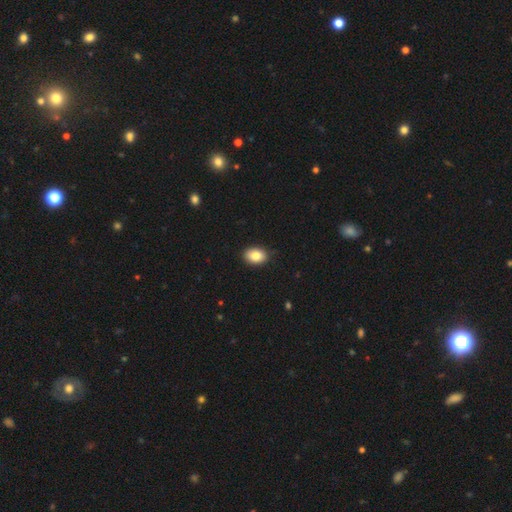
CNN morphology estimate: type=smooth (84%); roundness=in between (80%); merging=none (86%).